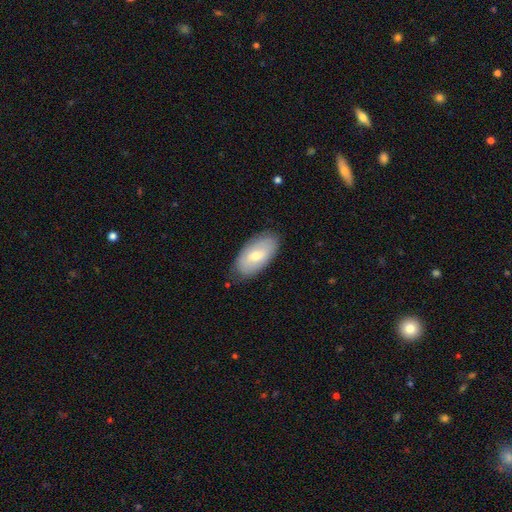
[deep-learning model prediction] smooth_or_featured: smooth (p=0.64) [alt: featured or disk p=0.30]
how_rounded: in between (p=0.94) [alt: cigar-shaped p=0.03]
merging: none (p=0.82) [alt: minor disturbance p=0.15]